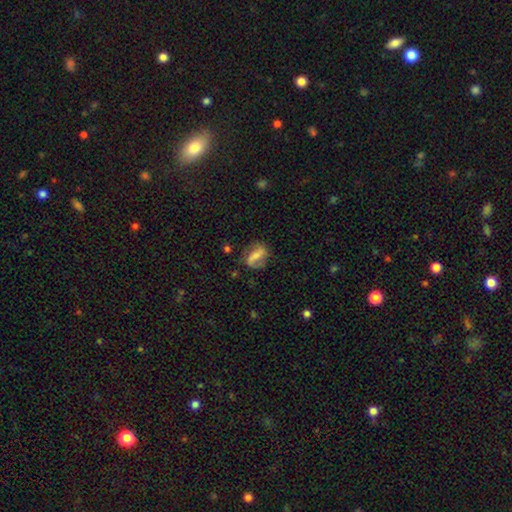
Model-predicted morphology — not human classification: This appears to be a featured or disk galaxy (51%). Merging: none (62%).